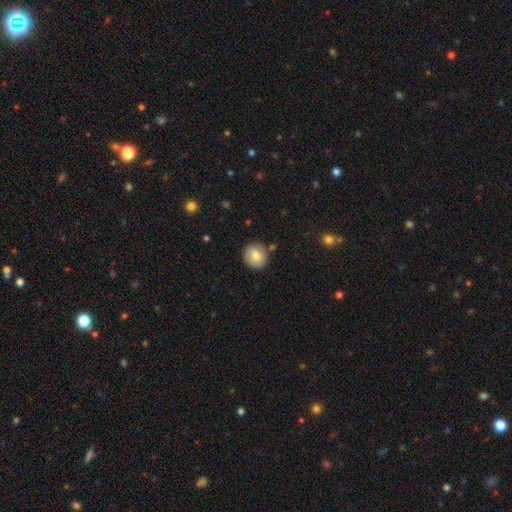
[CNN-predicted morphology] This appears to be a smooth galaxy with no disk features (78%) that is round (85%). Merging: none (81%).